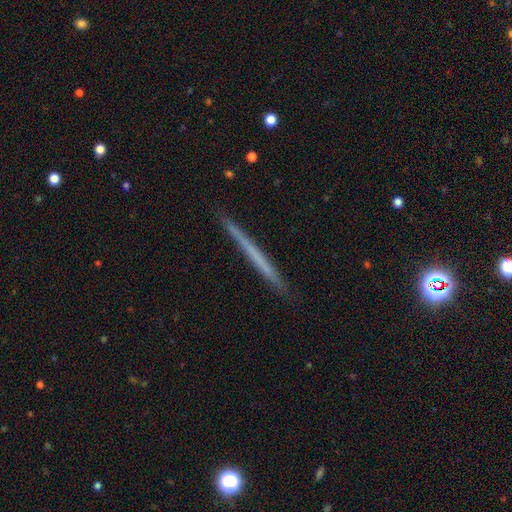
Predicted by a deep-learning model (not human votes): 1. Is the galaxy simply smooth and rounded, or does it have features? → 48% featured or disk, 45% smooth, 7% star or artifact.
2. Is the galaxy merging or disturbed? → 90% none, 7% minor disturbance, 1% major disturbance, 1% merger.